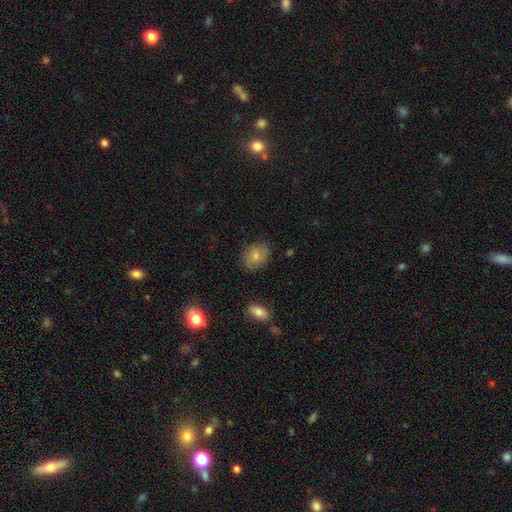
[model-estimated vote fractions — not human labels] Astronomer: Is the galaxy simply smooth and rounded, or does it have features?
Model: smooth — 78%.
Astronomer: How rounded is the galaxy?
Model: in between — 58% (runner-up: round, 40%).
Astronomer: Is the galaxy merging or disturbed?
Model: none — 78%.